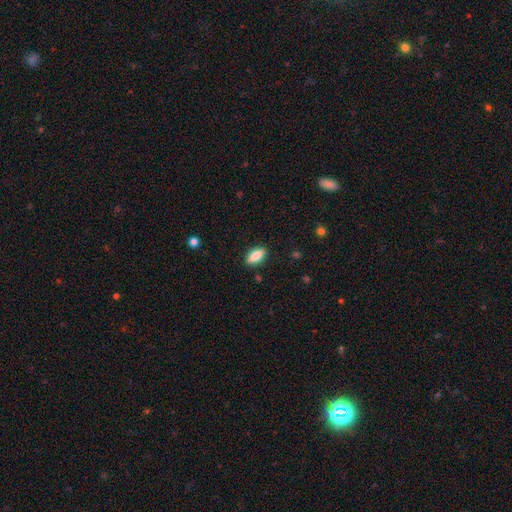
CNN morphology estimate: Smooth or featured? Predicted: smooth (p=0.83). How rounded? Predicted: in between (p=0.79). Merging? Predicted: none (p=0.87).